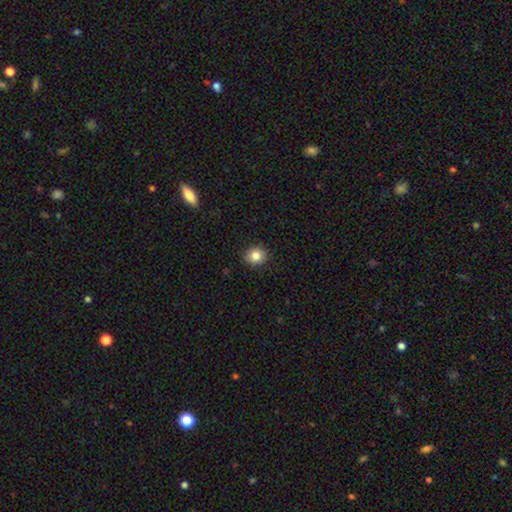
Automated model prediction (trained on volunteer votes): Q: Smooth or featured?
A: smooth (83%); runner-up: star or artifact (10%)
Q: How rounded?
A: round (83%); runner-up: in between (16%)
Q: Merging?
A: none (90%); runner-up: minor disturbance (7%)